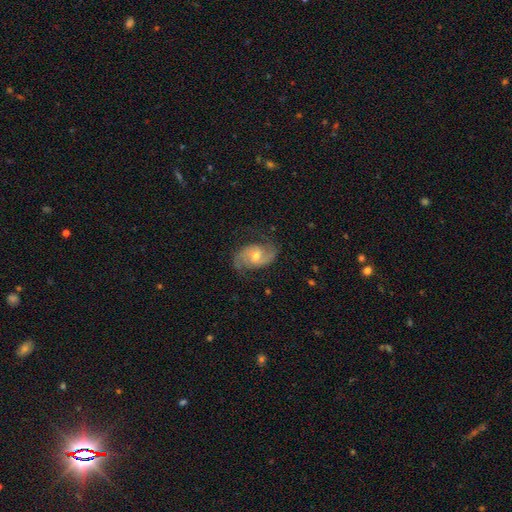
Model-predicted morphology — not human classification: The model was most divided on "bar": no: 53%, weak: 39%, strong: 8%. More confident: edge-on disk — no (97%); spiral arms — yes (96%); spiral arm count — 2 (90%); smooth or featured — featured or disk (85%); merging — none (75%); bulge size — moderate (55%); spiral winding — medium (50%).